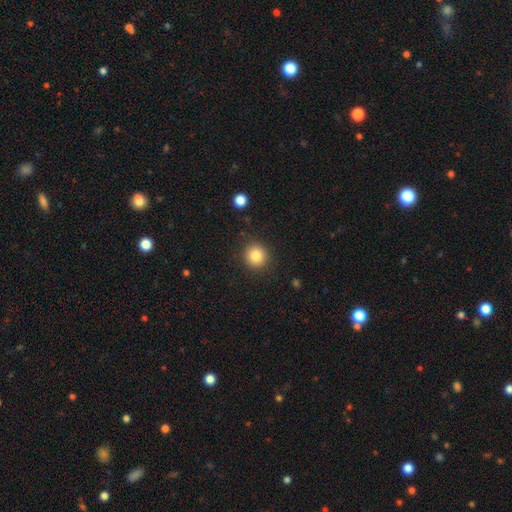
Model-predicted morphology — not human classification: This is clearly a smooth galaxy (84%). How rounded: clearly round (91%). Merging: clearly none (89%).